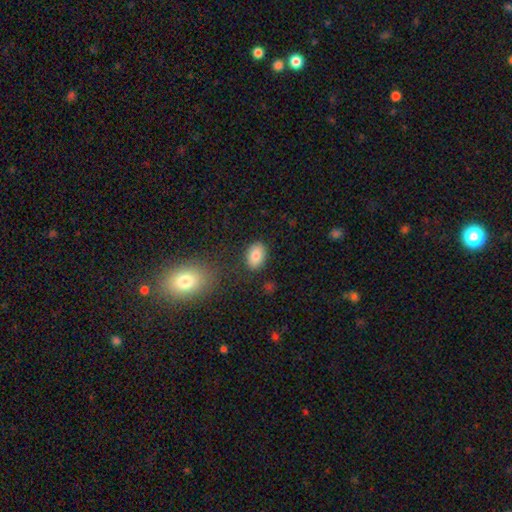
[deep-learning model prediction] This is clearly a smooth galaxy (83%). How rounded: clearly in between (83%). Merging: clearly none (84%).